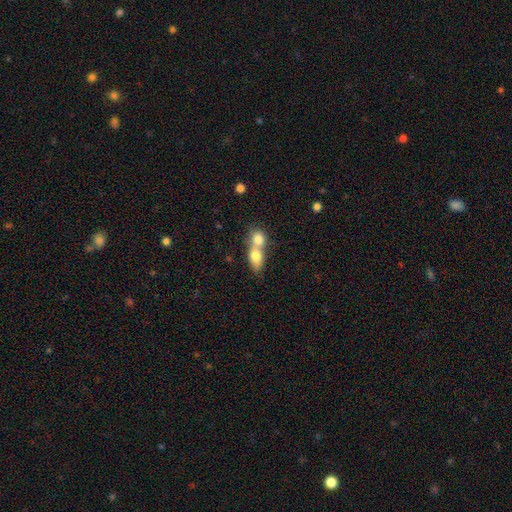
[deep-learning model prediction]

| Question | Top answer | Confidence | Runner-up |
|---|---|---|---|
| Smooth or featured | smooth | 76% | featured or disk (17%) |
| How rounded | in between | 65% | round (29%) |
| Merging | merger | 76% | none (16%) |